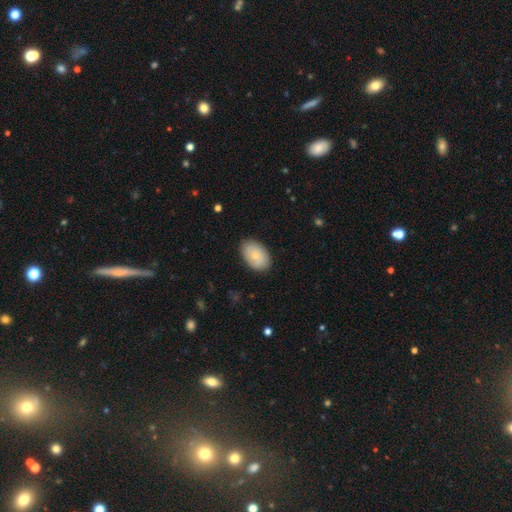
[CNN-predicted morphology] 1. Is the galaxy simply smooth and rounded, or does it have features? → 75% smooth, 18% featured or disk, 6% star or artifact.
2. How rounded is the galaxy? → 88% in between, 10% round, 1% cigar-shaped.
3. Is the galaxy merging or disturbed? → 85% none, 11% minor disturbance, 2% major disturbance, 1% merger.